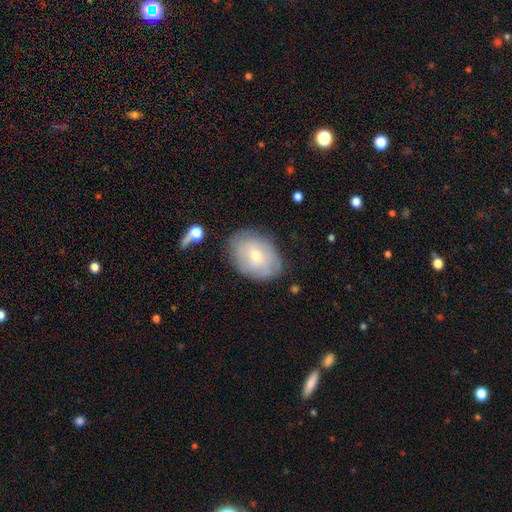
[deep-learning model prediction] This is possibly a smooth galaxy (48%). Merging: likely none (74%).